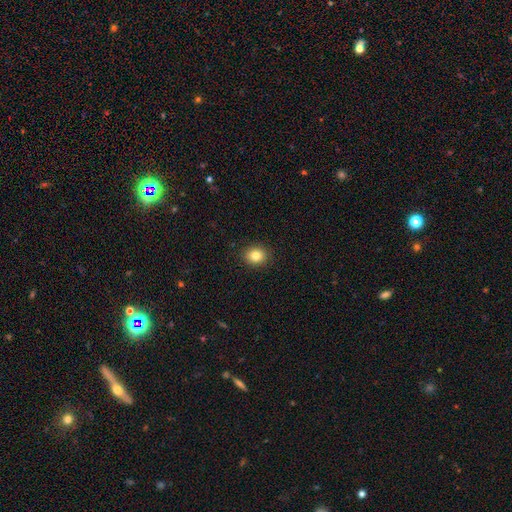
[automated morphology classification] smooth 84%, star or artifact 10%, featured or disk 6%. Down the decision tree: how rounded — round (70%); merging — none (91%).